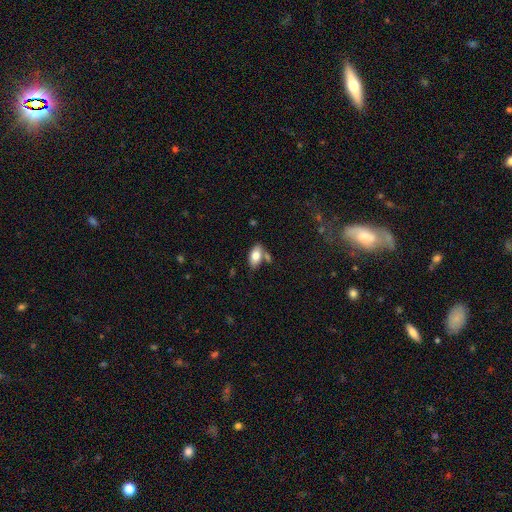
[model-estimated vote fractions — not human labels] Q: Smooth or featured?
A: smooth (80%); runner-up: featured or disk (13%)
Q: How rounded?
A: in between (93%); runner-up: cigar-shaped (4%)
Q: Merging?
A: none (65%); runner-up: merger (16%)